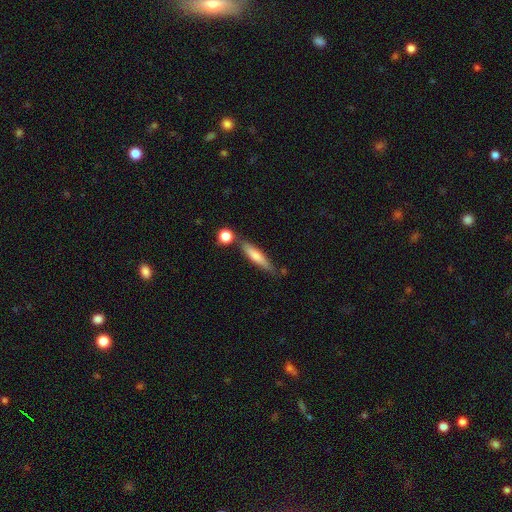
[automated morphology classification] smooth-or-featured: smooth: 65% | featured or disk: 29% | star or artifact: 6%
  how-rounded: cigar-shaped: 83% | in between: 15% | round: 2%
  merging: none: 71% | minor disturbance: 15% | merger: 10% | major disturbance: 4%